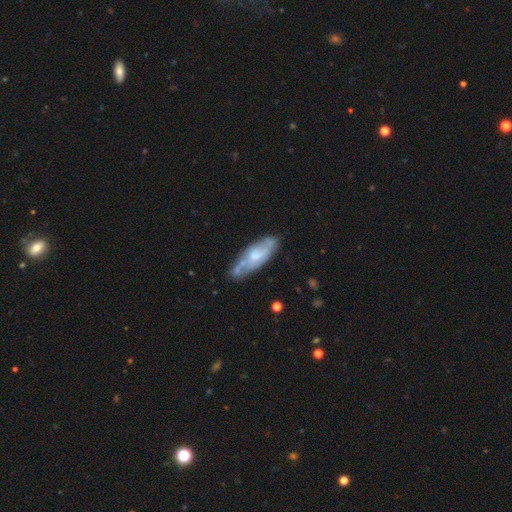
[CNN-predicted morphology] Smooth or featured? featured or disk (60%)
Edge-on disk? no (77%)
Merging? none (67%)